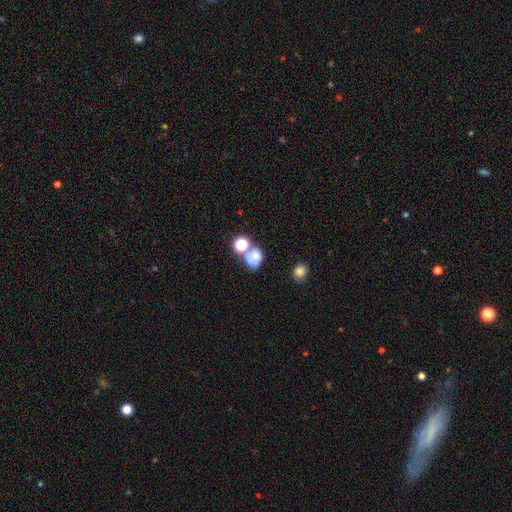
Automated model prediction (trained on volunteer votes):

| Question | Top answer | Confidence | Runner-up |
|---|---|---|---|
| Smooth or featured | smooth | 59% | featured or disk (26%) |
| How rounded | round | 51% | in between (48%) |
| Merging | merger | 52% | none (26%) |